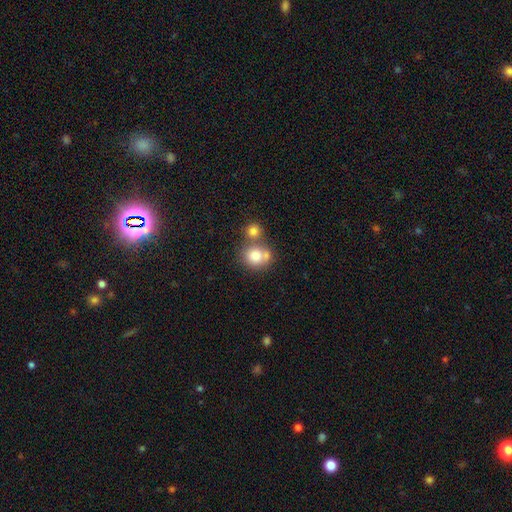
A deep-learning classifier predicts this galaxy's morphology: smooth-or-featured: smooth: 77% | featured or disk: 13% | star or artifact: 10%
  how-rounded: round: 80% | in between: 19% | cigar-shaped: 1%
  merging: none: 43% | merger: 42% | minor disturbance: 10% | major disturbance: 4%